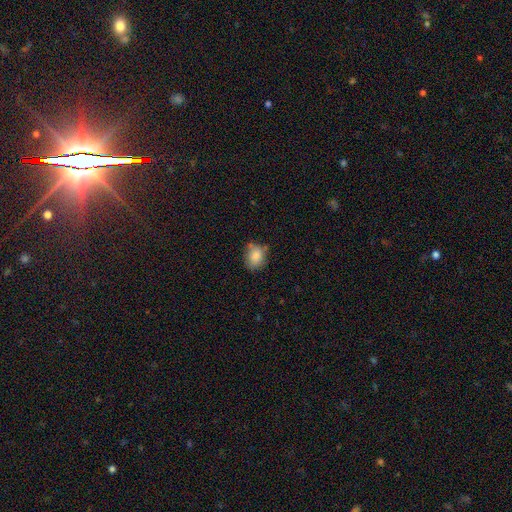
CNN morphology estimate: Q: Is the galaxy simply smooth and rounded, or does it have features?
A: smooth — 83%.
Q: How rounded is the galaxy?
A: in between — 54%.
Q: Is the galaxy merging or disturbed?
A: none — 59%.